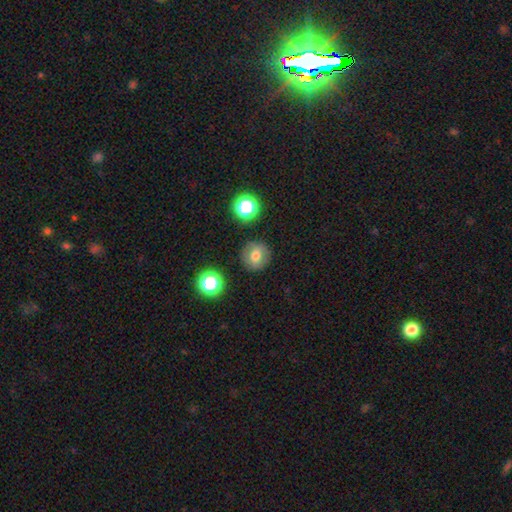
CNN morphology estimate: Smooth or featured?
  - smooth: 70% *
  - featured or disk: 18%
  - star or artifact: 12%
How rounded?
  - round: 91% *
  - in between: 8%
  - cigar-shaped: 1%
Merging?
  - none: 86% *
  - minor disturbance: 9%
  - major disturbance: 3%
  - merger: 2%